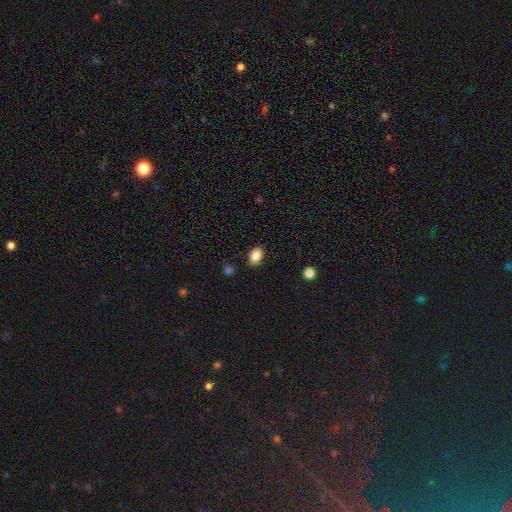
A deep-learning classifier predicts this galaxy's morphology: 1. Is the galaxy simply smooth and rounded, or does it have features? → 87% smooth, 9% star or artifact, 4% featured or disk.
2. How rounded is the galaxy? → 74% in between, 25% round, 1% cigar-shaped.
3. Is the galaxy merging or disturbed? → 88% none, 9% minor disturbance, 2% major disturbance, 1% merger.